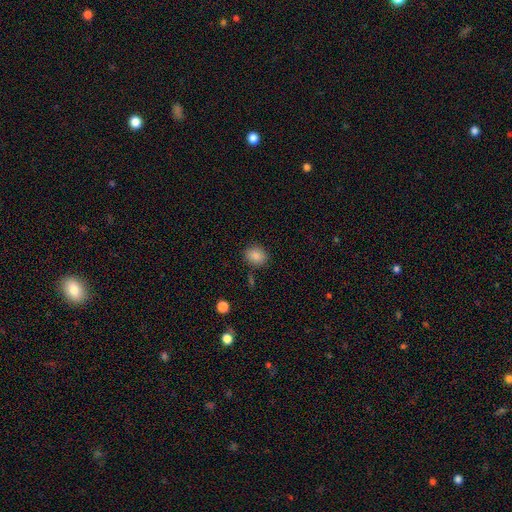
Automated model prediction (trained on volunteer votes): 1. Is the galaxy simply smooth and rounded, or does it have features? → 86% smooth, 9% star or artifact, 5% featured or disk.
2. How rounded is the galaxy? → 57% round, 42% in between, 1% cigar-shaped.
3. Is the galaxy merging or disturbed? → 84% none, 10% minor disturbance, 3% major disturbance, 3% merger.